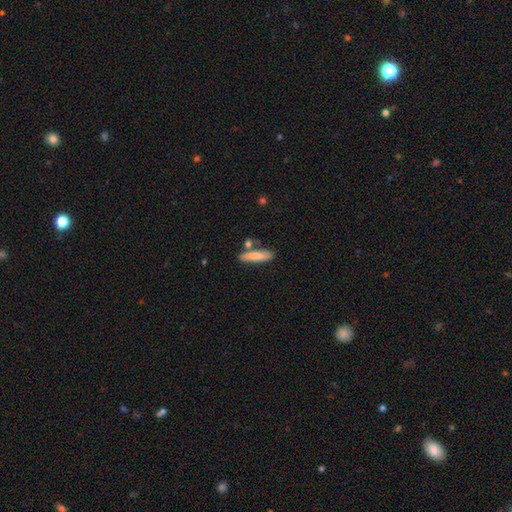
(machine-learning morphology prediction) The model was most divided on "how rounded": cigar-shaped: 71%, in between: 27%, round: 2%. More confident: smooth or featured — smooth (81%); merging — none (69%).